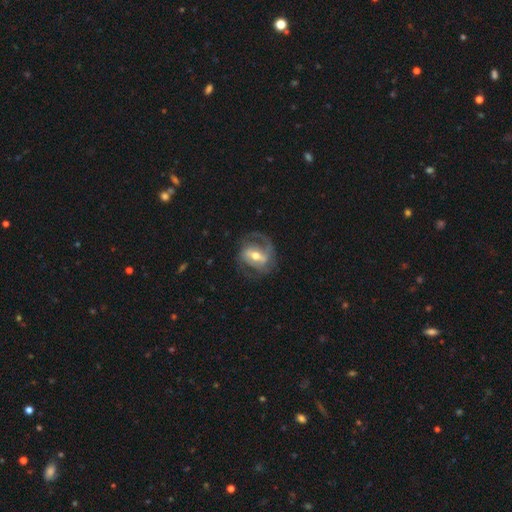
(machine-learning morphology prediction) Smooth or featured?
  - featured or disk: 81% *
  - smooth: 13%
  - star or artifact: 5%
Edge-on disk?
  - no: 96% *
  - yes: 4%
Bar?
  - strong: 47% *
  - weak: 38%
  - no: 15%
Spiral arms?
  - yes: 89% *
  - no: 11%
Spiral winding?
  - medium: 47% *
  - loose: 27%
  - tight: 26%
Spiral arm count?
  - 2: 69% *
  - 1: 16%
  - can't tell: 8%
  - 3: 4%
  - 4: 1%
  - more than 4: 1%
Bulge size?
  - moderate: 72% *
  - small: 18%
  - large: 8%
  - none: 1%
  - dominant: 1%
Merging?
  - none: 63% *
  - minor disturbance: 18%
  - major disturbance: 17%
  - merger: 2%